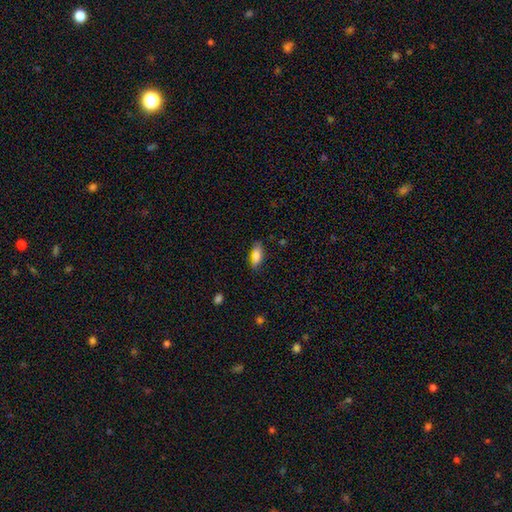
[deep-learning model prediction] Morphology: type=smooth (79%); roundness=in between (71%); merging=none (80%).